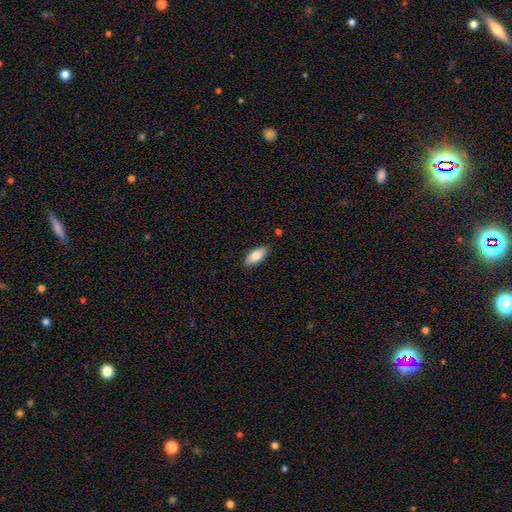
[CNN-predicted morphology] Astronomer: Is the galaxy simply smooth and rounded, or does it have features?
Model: smooth — 80%.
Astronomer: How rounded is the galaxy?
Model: in between — 86%.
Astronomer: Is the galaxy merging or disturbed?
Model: none — 87%.